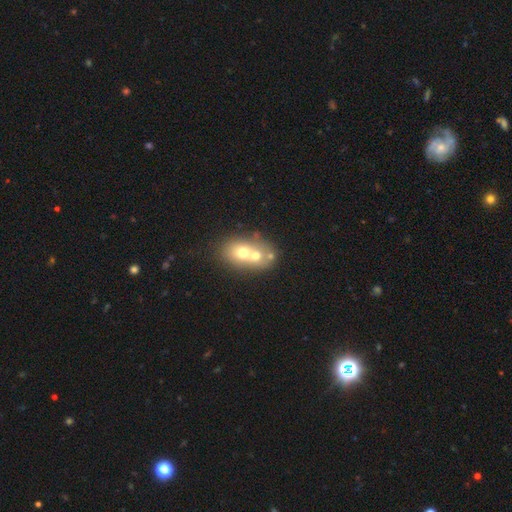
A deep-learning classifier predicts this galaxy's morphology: This appears to be a smooth galaxy with no disk features (59%) that is in between round and cigar-shaped (54%). Merging: merger (67%).